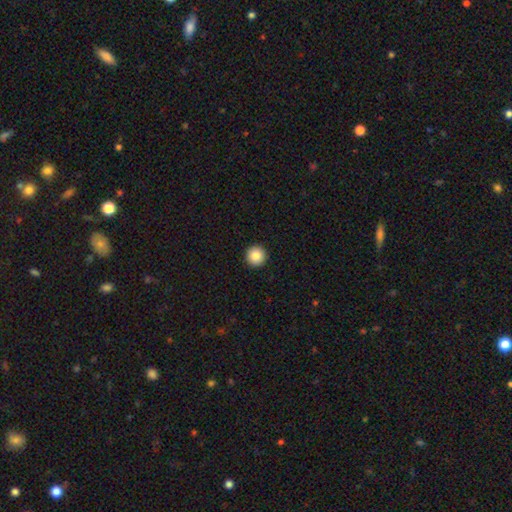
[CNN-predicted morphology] smooth_or_featured: smooth (p=0.85) [alt: star or artifact p=0.09]
how_rounded: round (p=0.97) [alt: in between p=0.02]
merging: none (p=0.94) [alt: minor disturbance p=0.04]